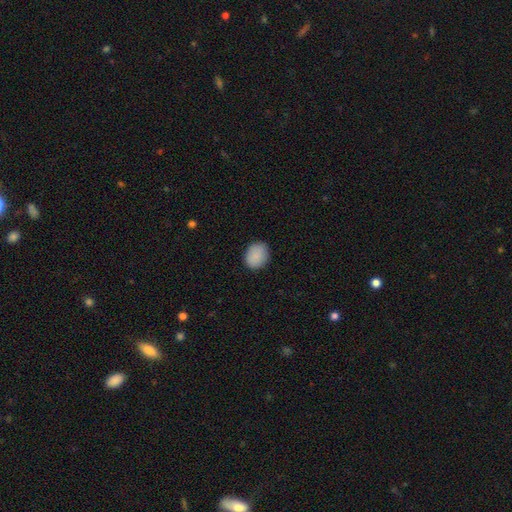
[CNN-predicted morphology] This appears to be a smooth galaxy with no disk features (89%) that is in between round and cigar-shaped (51%). Merging: none (85%).